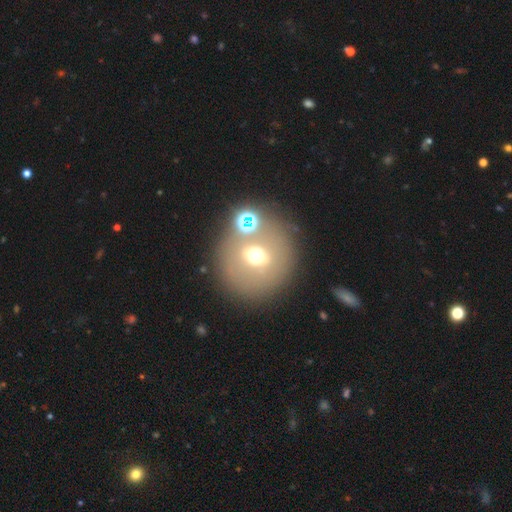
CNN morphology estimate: The model was most divided on "smooth or featured": smooth: 53%, featured or disk: 25%, star or artifact: 22%. More confident: how rounded — round (89%); merging — none (73%).